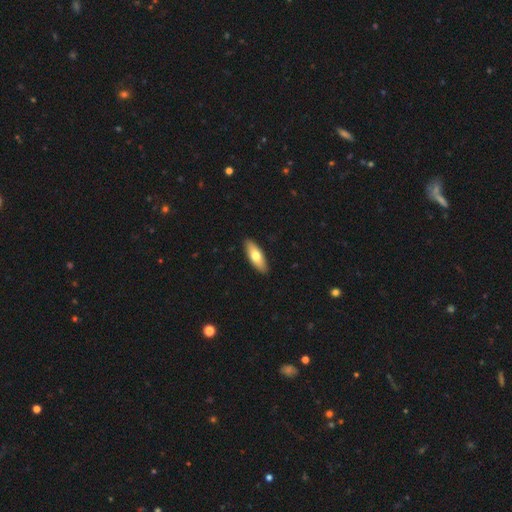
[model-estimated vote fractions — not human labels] Morphology: type=smooth (69%); roundness=in between (65%); merging=none (90%).